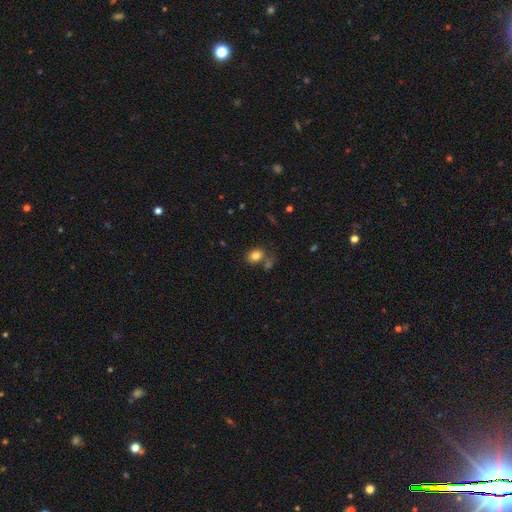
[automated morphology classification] Smooth or featured?
  - smooth: 81% *
  - star or artifact: 11%
  - featured or disk: 9%
How rounded?
  - in between: 62% *
  - round: 37%
  - cigar-shaped: 1%
Merging?
  - none: 63% *
  - merger: 16%
  - minor disturbance: 15%
  - major disturbance: 6%